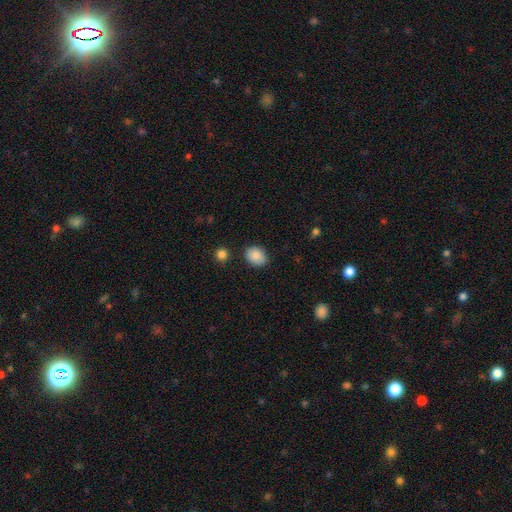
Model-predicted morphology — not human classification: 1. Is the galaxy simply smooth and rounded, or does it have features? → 86% smooth, 8% star or artifact, 6% featured or disk.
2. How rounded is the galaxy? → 58% in between, 41% round, 1% cigar-shaped.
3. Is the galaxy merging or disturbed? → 85% none, 11% minor disturbance, 2% merger, 2% major disturbance.